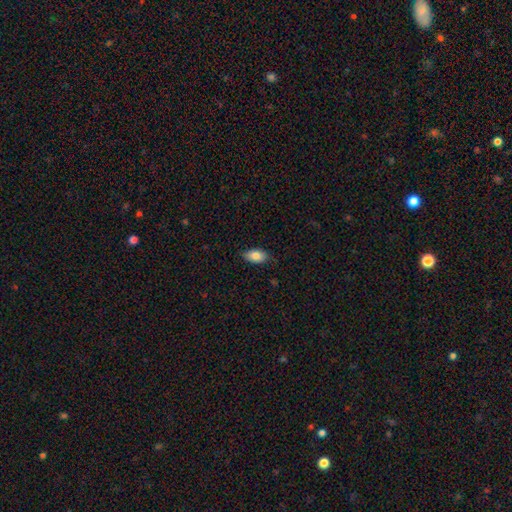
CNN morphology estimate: A smooth galaxy with no disk features (84%) that is in between round and cigar-shaped (92%).

Vote fractions:
- Smooth or featured? smooth: 84% / featured or disk: 9% / star or artifact: 7%
- How rounded? in between: 92% / round: 5% / cigar-shaped: 3%
- Merging? none: 83% / minor disturbance: 13% / major disturbance: 2% / merger: 1%